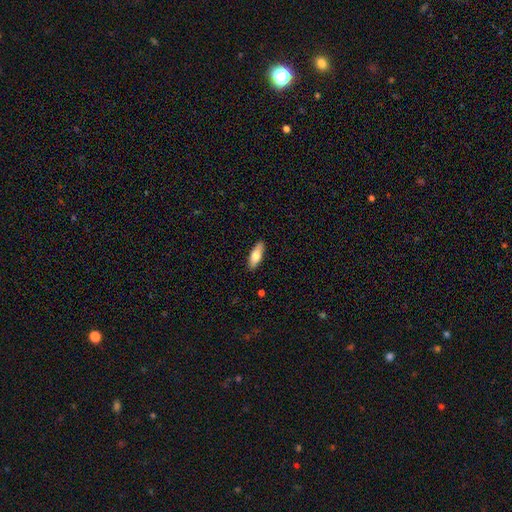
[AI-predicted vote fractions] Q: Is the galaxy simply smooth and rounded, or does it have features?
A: smooth — 71%.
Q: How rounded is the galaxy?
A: in between — 65%.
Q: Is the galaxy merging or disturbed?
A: none — 89%.